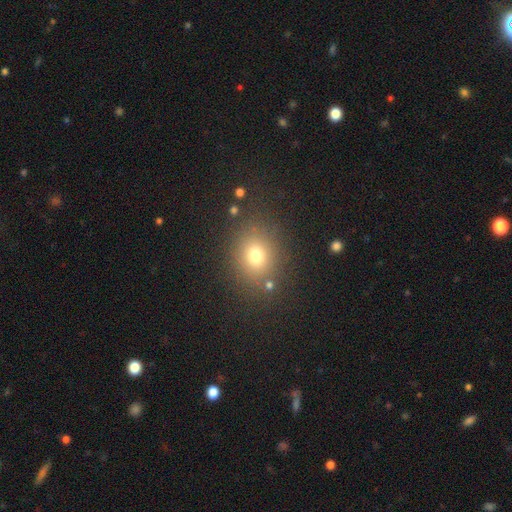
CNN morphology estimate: Smooth or featured?
  - smooth: 73% *
  - star or artifact: 17%
  - featured or disk: 9%
How rounded?
  - round: 63% *
  - in between: 36%
  - cigar-shaped: 1%
Merging?
  - none: 81% *
  - minor disturbance: 10%
  - major disturbance: 4%
  - merger: 4%